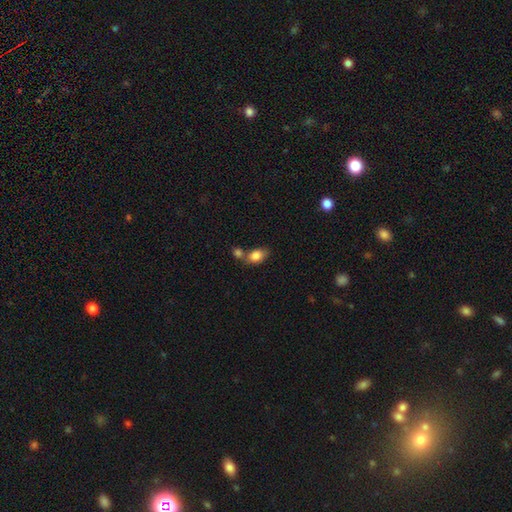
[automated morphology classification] Smooth or featured? smooth (83%)
How rounded? in between (79%)
Merging? merger (41%, tied with none)